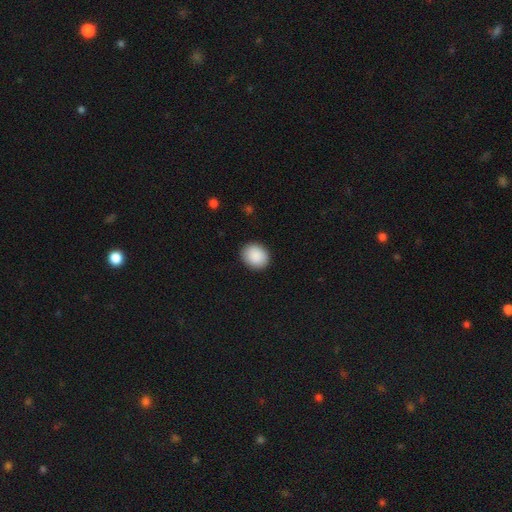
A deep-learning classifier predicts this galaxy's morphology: smooth 90%, star or artifact 7%, featured or disk 3%. Down the decision tree: how rounded — round (64%); merging — none (90%).